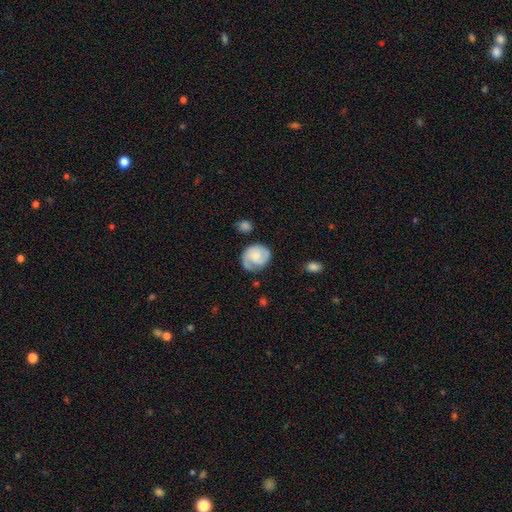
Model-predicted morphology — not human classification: A featured or disk galaxy (55%) with no bar (70%), spiral arms (87%) and a small central bulge (44%).

Vote fractions:
- Smooth or featured? featured or disk: 55% / smooth: 39% / star or artifact: 7%
- Edge-on disk? no: 97% / yes: 3%
- Bar? no: 70% / weak: 27% / strong: 4%
- Spiral arms? yes: 87% / no: 13%
- Bulge size? small: 44% / moderate: 36% / none: 13% / large: 6% / dominant: 2%
- Merging? none: 60% / minor disturbance: 27% / major disturbance: 10% / merger: 3%